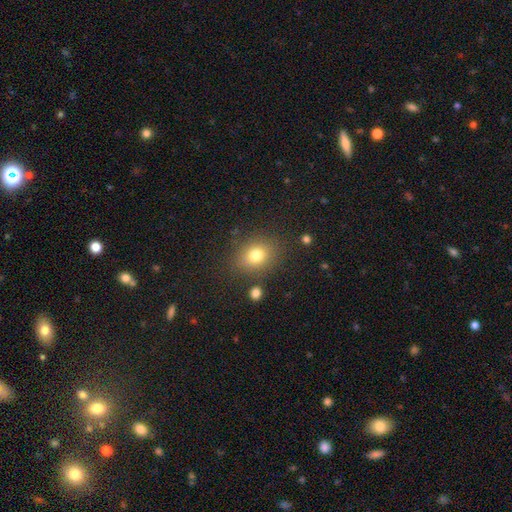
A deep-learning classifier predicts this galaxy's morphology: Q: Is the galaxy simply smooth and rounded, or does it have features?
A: smooth — 78%.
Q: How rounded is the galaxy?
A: round — 62%.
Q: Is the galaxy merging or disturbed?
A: none — 82%.